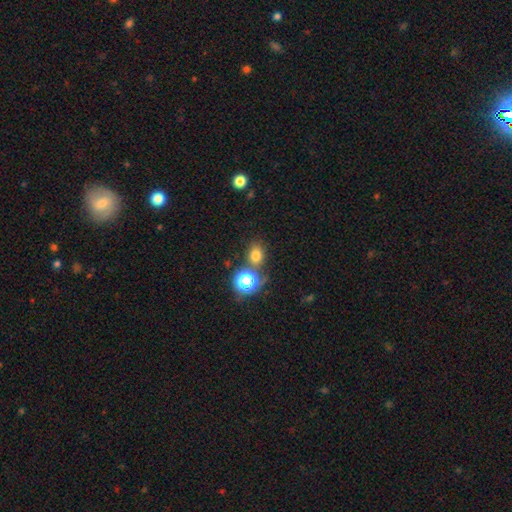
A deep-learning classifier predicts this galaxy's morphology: Smooth or featured: smooth — 72% (star or artifact — 21%)
How rounded: round — 56% (in between — 43%)
Merging: none — 68% (merger — 16%)